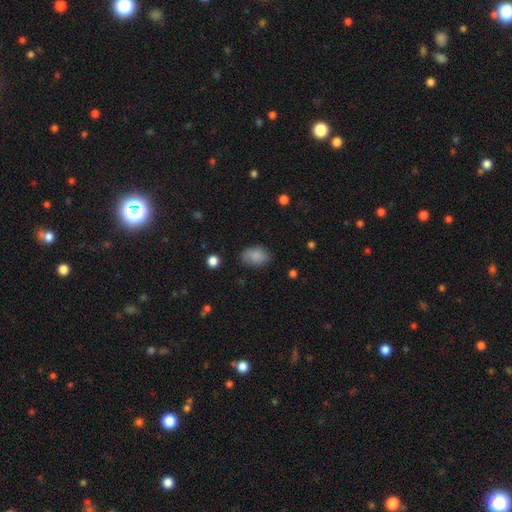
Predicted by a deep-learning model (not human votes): Smooth or featured? Predicted: smooth (p=0.85). How rounded? Predicted: in between (p=0.83). Merging? Predicted: none (p=0.77).